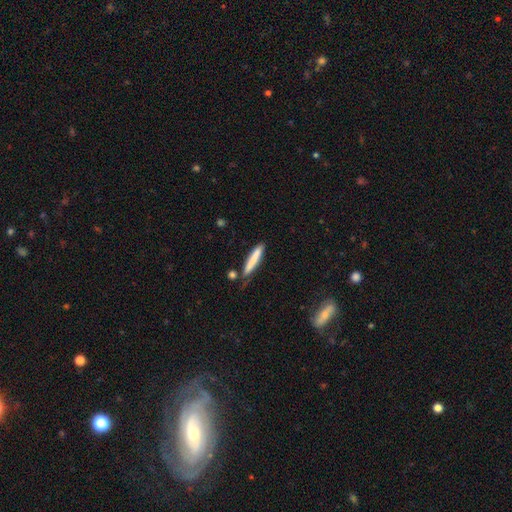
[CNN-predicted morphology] smooth-or-featured: smooth: 71% | featured or disk: 22% | star or artifact: 7%
  how-rounded: cigar-shaped: 94% | in between: 4% | round: 1%
  merging: none: 75% | minor disturbance: 17% | merger: 5% | major disturbance: 4%